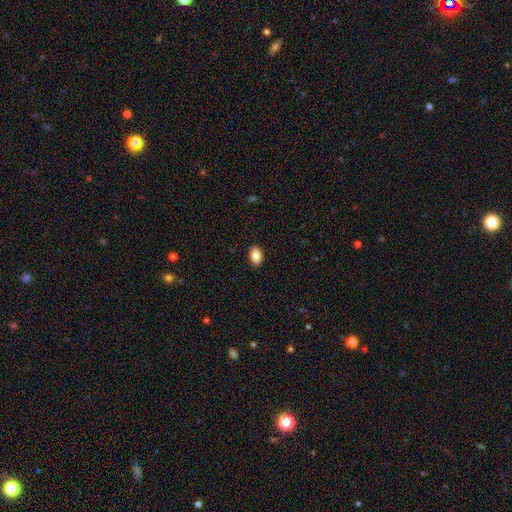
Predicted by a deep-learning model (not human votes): smooth_or_featured: smooth (p=0.85) [alt: star or artifact p=0.08]
how_rounded: in between (p=0.88) [alt: round p=0.10]
merging: none (p=0.90) [alt: minor disturbance p=0.07]